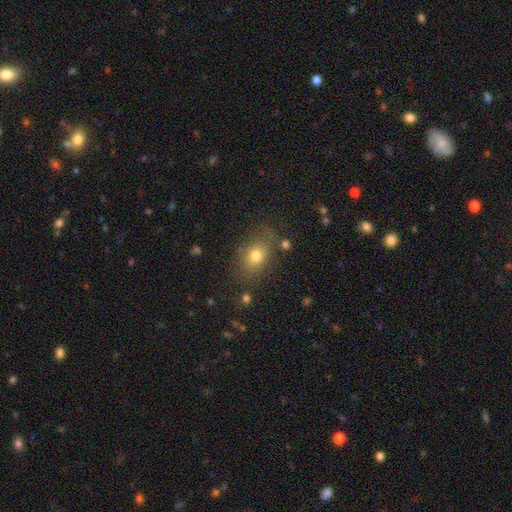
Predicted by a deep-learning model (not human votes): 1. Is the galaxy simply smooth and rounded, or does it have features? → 75% smooth, 12% star or artifact, 12% featured or disk.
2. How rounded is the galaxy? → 65% in between, 33% round, 2% cigar-shaped.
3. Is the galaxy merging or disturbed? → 72% none, 17% minor disturbance, 7% major disturbance, 4% merger.